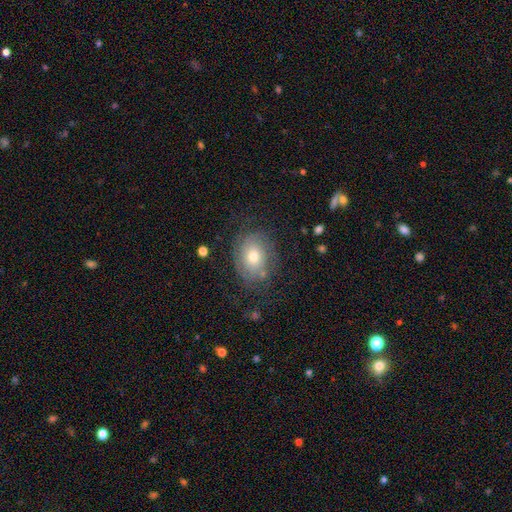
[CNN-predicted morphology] smooth_or_featured: featured or disk (p=0.43) [alt: smooth p=0.41]
merging: none (p=0.74) [alt: minor disturbance p=0.16]